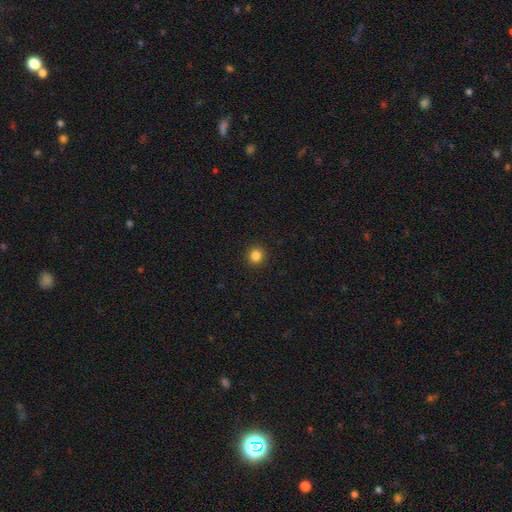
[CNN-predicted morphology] smooth-or-featured: smooth: 84% | star or artifact: 12% | featured or disk: 4%
  how-rounded: round: 92% | in between: 7% | cigar-shaped: 1%
  merging: none: 93% | minor disturbance: 5% | major disturbance: 2% | merger: 1%